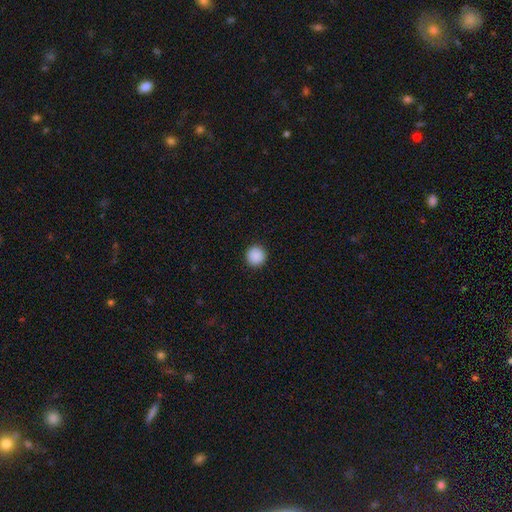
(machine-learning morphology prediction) The model was most divided on "smooth or featured": smooth: 90%, star or artifact: 8%, featured or disk: 2%. More confident: how rounded — round (95%); merging — none (93%).